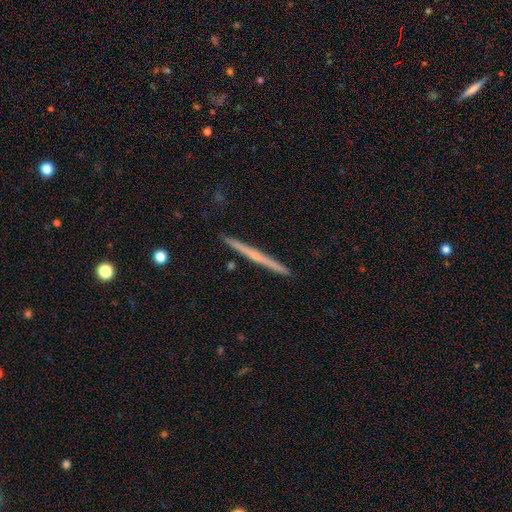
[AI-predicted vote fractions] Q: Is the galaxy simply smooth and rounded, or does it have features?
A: featured or disk — 59%.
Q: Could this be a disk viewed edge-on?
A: yes — 98%.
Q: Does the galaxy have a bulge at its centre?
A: none — 74%.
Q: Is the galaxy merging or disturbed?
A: none — 93%.